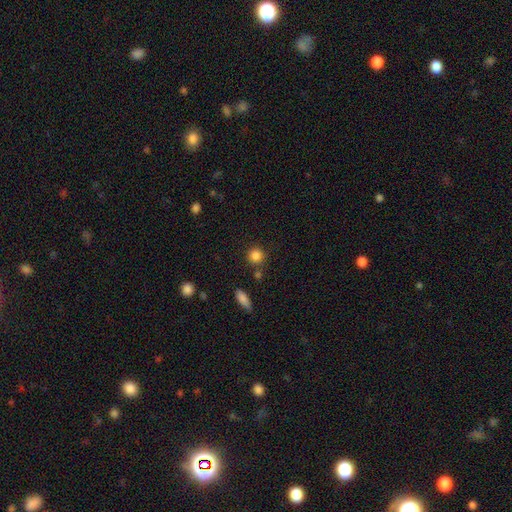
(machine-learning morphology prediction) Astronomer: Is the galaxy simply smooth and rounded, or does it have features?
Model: smooth — 85%.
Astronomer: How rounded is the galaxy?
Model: round — 91%.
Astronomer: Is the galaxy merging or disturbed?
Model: none — 79%.